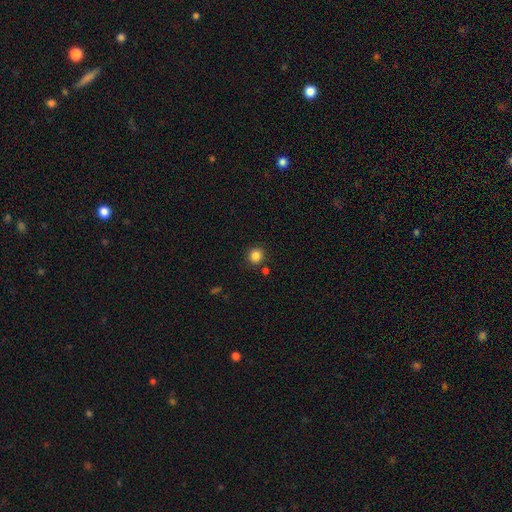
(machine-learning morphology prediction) Smooth or featured?
  - smooth: 85% *
  - star or artifact: 11%
  - featured or disk: 4%
How rounded?
  - round: 90% *
  - in between: 10%
  - cigar-shaped: 1%
Merging?
  - none: 86% *
  - minor disturbance: 7%
  - merger: 4%
  - major disturbance: 2%